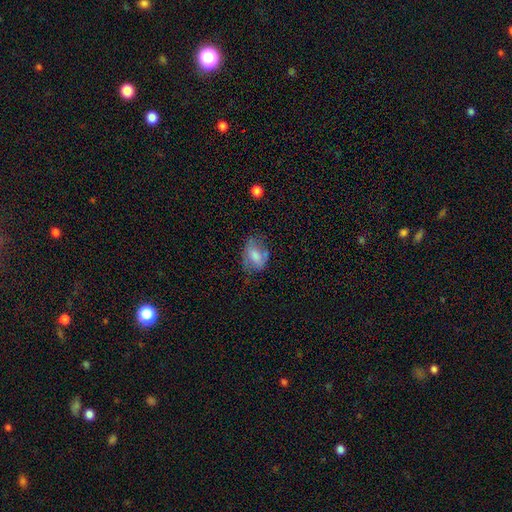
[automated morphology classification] This is likely a smooth galaxy (61%). How rounded: likely in between (78%). Merging: marginally none (45%).